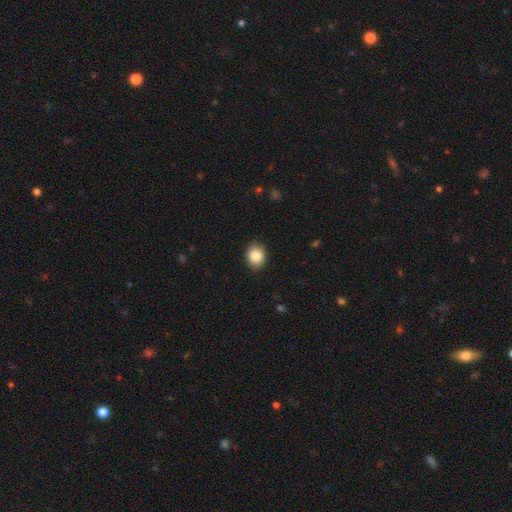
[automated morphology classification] A smooth galaxy with no disk features (86%) that is round (51%). Merging: none (90%).